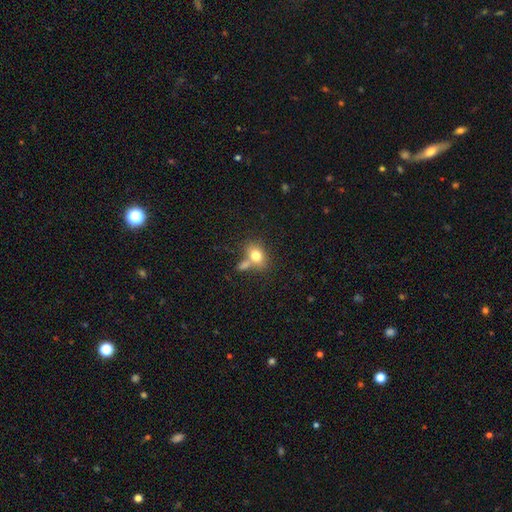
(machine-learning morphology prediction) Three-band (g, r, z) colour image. It shows a smooth galaxy with no disk features (78%) that is in between round and cigar-shaped (67%). Merging: none (49%).